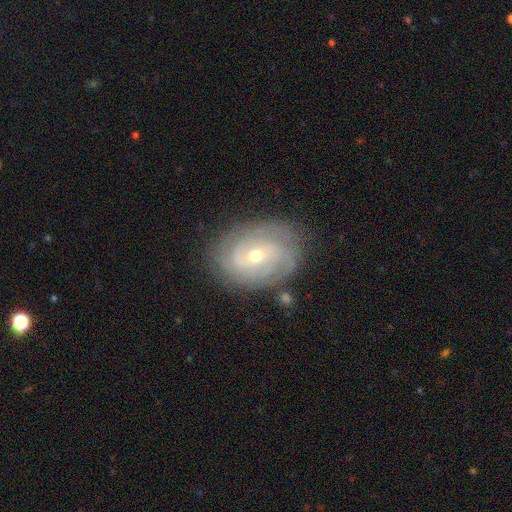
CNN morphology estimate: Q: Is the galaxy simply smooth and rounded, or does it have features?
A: featured or disk — 84%.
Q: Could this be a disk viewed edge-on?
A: no — 97%.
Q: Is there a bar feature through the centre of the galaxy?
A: no — 54%.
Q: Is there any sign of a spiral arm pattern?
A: yes — 94%.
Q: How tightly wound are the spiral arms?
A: tight — 60%.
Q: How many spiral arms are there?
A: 2 — 34%.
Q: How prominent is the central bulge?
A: small — 52%.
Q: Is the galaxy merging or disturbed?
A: none — 78%.